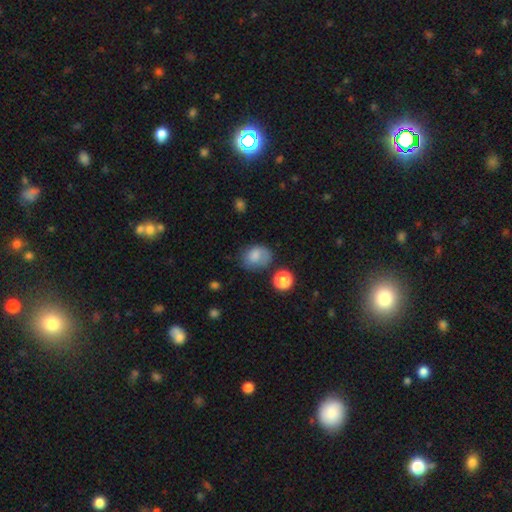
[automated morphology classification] Smooth or featured?
  - smooth: 77% *
  - featured or disk: 13%
  - star or artifact: 10%
How rounded?
  - in between: 58% *
  - round: 41%
  - cigar-shaped: 1%
Merging?
  - none: 55% *
  - minor disturbance: 28%
  - major disturbance: 12%
  - merger: 6%